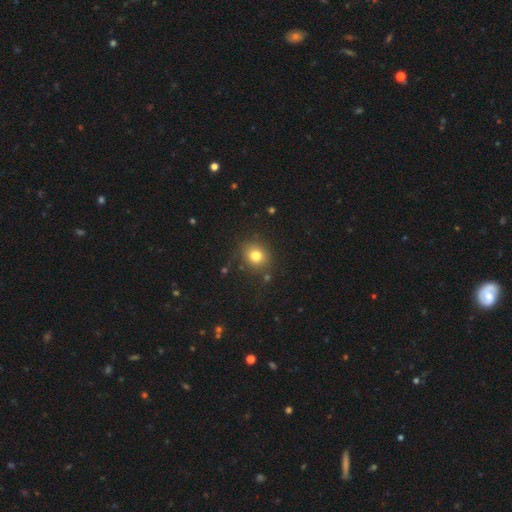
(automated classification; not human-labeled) This appears to be a smooth galaxy with no disk features (79%) that is round (79%). Merging: none (83%).